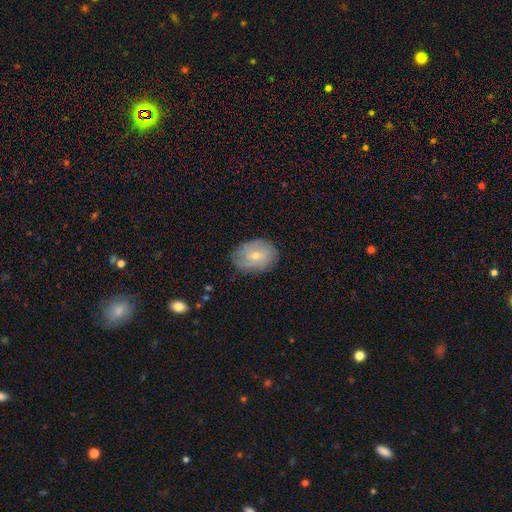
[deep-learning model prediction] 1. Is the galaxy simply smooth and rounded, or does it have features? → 50% featured or disk, 42% smooth, 8% star or artifact.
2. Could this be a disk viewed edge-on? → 95% no, 5% yes.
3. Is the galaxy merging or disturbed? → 74% none, 20% minor disturbance, 5% major disturbance, 1% merger.